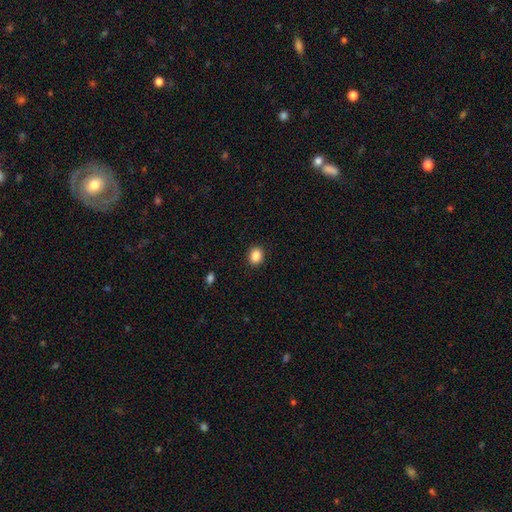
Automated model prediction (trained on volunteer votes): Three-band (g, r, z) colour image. It shows a smooth galaxy with no disk features (88%) that is round (52%). Merging: none (90%).